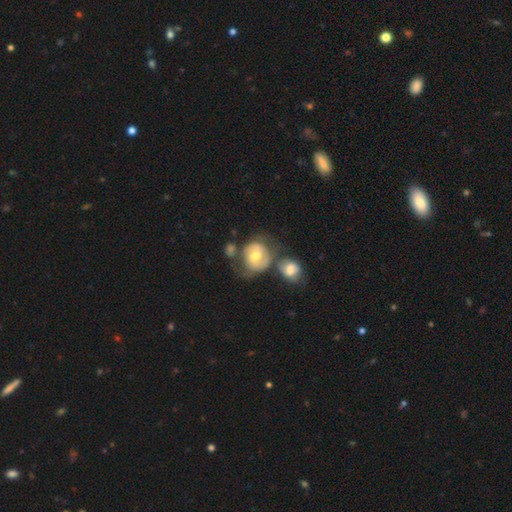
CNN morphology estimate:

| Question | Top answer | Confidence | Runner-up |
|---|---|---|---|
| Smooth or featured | featured or disk | 56% | smooth (37%) |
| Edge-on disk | no | 97% | yes (3%) |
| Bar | no | 50% | weak (36%) |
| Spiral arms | yes | 65% | no (35%) |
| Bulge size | moderate | 74% | small (15%) |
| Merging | none | 40% | merger (29%) |